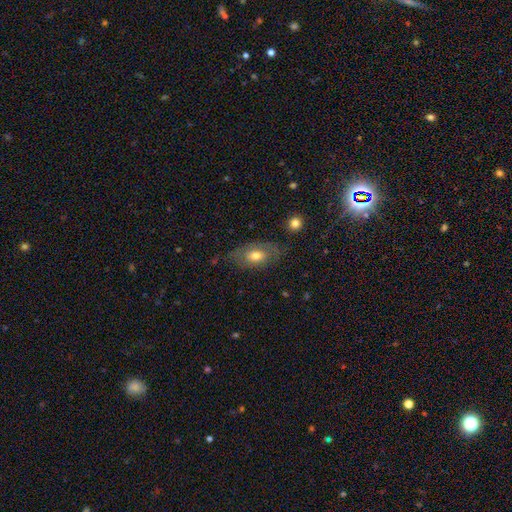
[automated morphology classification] Overall: smooth (59%; featured or disk 34%). How rounded: in between (88%). Merging: none (66%).